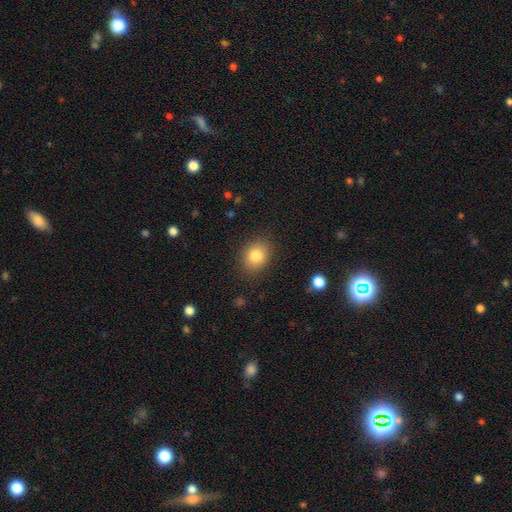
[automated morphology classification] Q: Smooth or featured?
A: smooth (82%); runner-up: star or artifact (10%)
Q: How rounded?
A: round (52%); runner-up: in between (48%)
Q: Merging?
A: none (86%); runner-up: minor disturbance (10%)